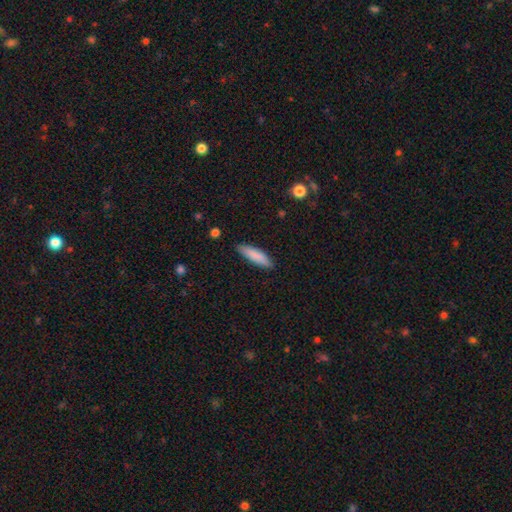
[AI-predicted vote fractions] A smooth galaxy with no disk features (85%) that is cigar-shaped (67%). Merging: none (87%).